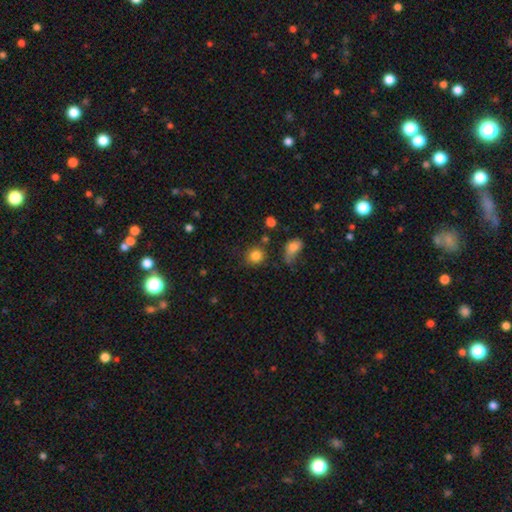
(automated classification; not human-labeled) Overall: smooth (83%). How rounded: round (83%). Merging: none (75%).